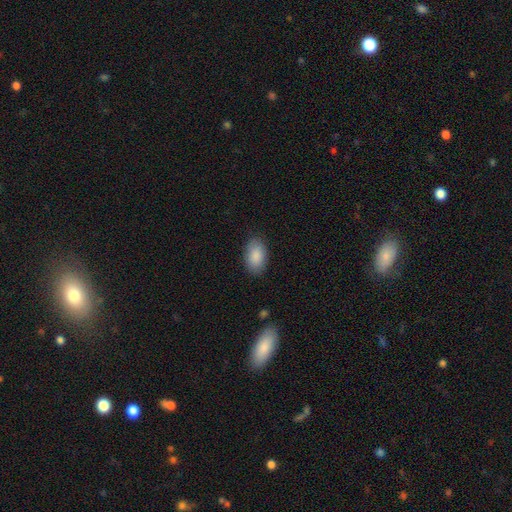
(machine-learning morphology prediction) Smooth or featured? smooth (89%)
How rounded? in between (94%)
Merging? none (87%)